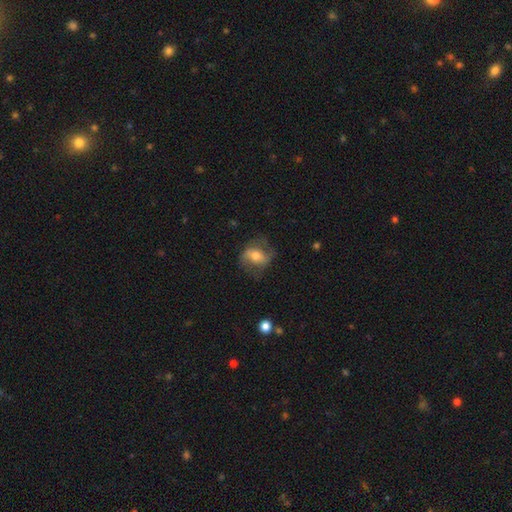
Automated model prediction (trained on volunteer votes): Smooth or featured?
  - featured or disk: 50% *
  - smooth: 42%
  - star or artifact: 8%
Edge-on disk?
  - no: 93% *
  - yes: 7%
Merging?
  - none: 61% *
  - minor disturbance: 22%
  - major disturbance: 16%
  - merger: 2%